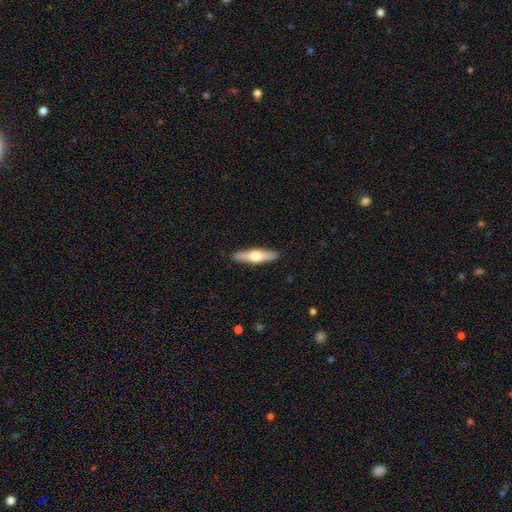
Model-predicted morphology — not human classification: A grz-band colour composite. It shows a featured or disk galaxy (48%). Merging: none (90%).